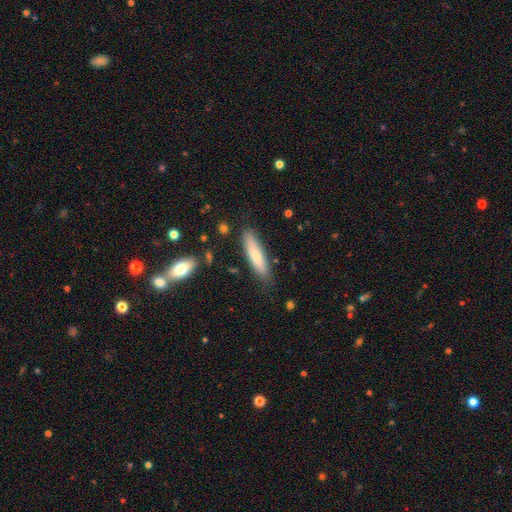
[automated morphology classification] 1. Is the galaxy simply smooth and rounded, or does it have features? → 72% smooth, 22% featured or disk, 6% star or artifact.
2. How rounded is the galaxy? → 75% cigar-shaped, 23% in between, 1% round.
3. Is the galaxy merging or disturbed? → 80% none, 14% minor disturbance, 3% major disturbance, 3% merger.